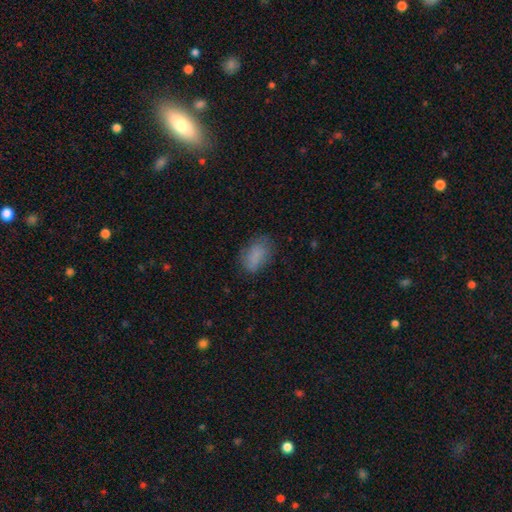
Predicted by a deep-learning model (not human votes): Smooth or featured? smooth (80%)
How rounded? in between (87%)
Merging? none (67%)